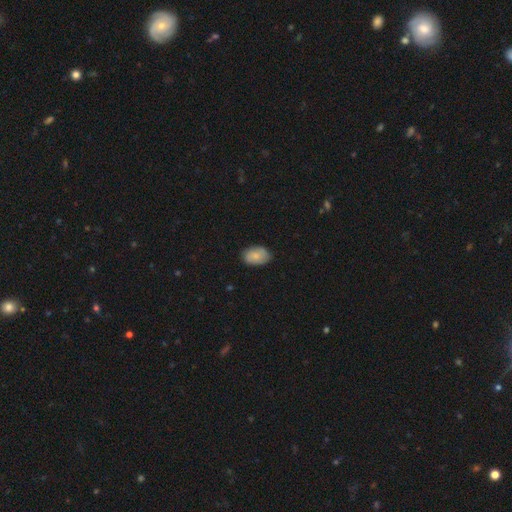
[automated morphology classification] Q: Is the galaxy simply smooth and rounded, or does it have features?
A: smooth — 81%.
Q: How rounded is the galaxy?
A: in between — 87%.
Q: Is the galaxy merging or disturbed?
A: none — 81%.